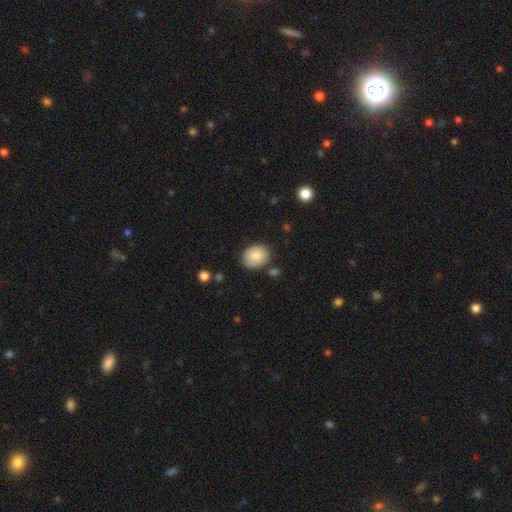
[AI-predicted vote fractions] This is clearly a smooth galaxy (84%). How rounded: possibly round (50%). Merging: likely none (79%).